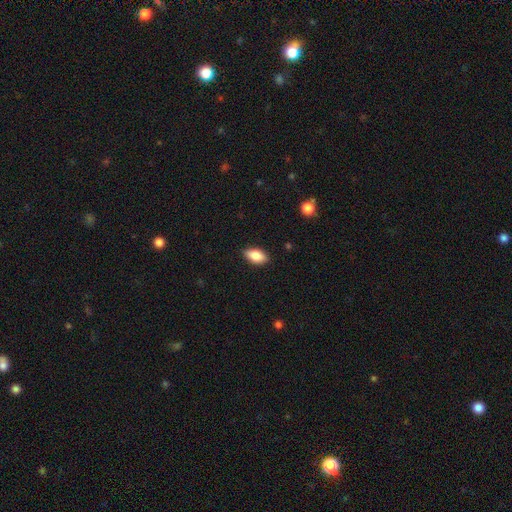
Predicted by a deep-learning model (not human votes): The model was most divided on "smooth or featured": smooth: 83%, featured or disk: 10%, star or artifact: 7%. More confident: how rounded — in between (91%); merging — none (87%).